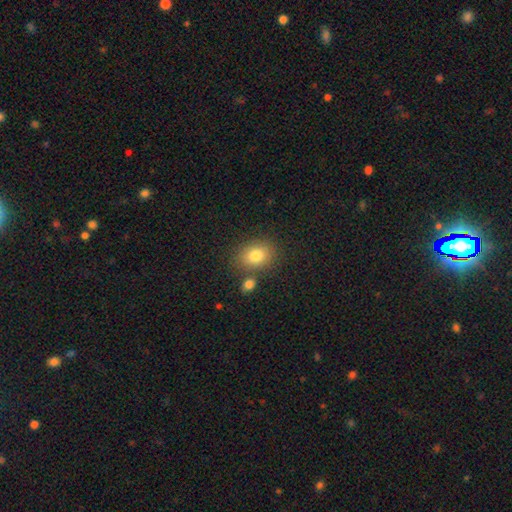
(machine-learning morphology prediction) Smooth or featured: smooth — 81% (star or artifact — 10%)
How rounded: in between — 57% (round — 42%)
Merging: none — 74% (minor disturbance — 12%)